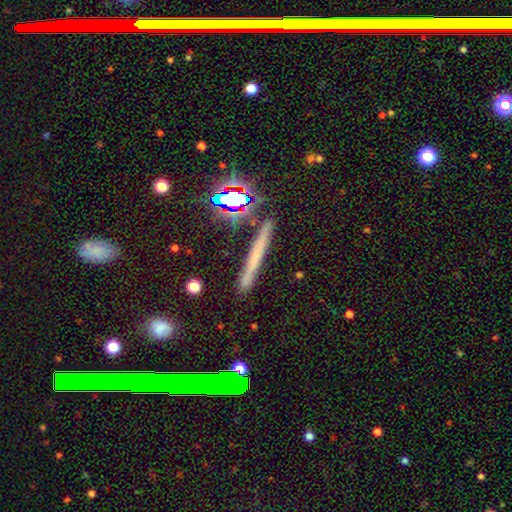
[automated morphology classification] Smooth or featured: smooth — 44% (featured or disk — 39%)
Merging: none — 86% (minor disturbance — 9%)